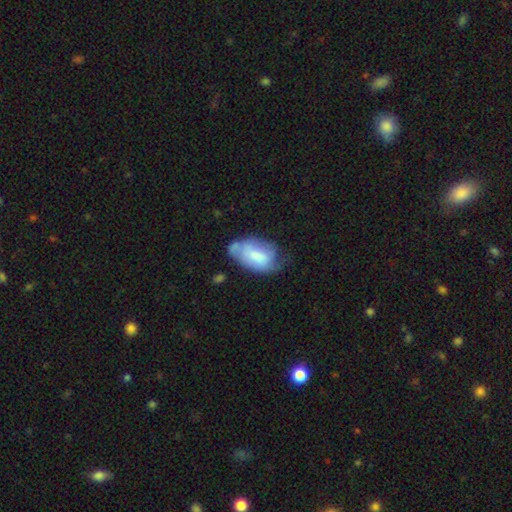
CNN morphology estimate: A smooth galaxy with no disk features (56%) that is in between round and cigar-shaped (92%).

Vote fractions:
- Smooth or featured? smooth: 56% / featured or disk: 37% / star or artifact: 7%
- How rounded? in between: 92% / round: 6% / cigar-shaped: 2%
- Merging? minor disturbance: 37% / none: 33% / major disturbance: 21% / merger: 9%